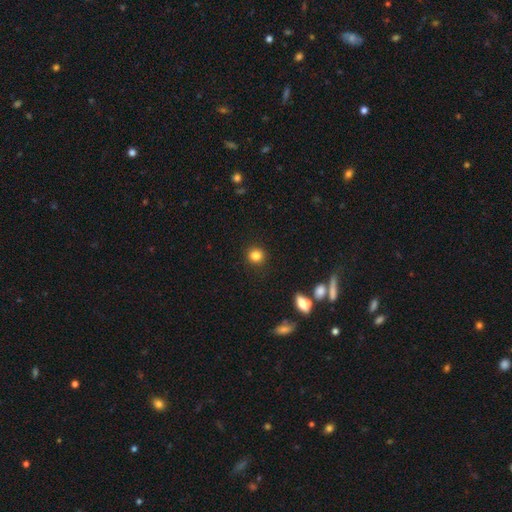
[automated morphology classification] A smooth galaxy with no disk features (84%) that is round (88%).

Vote fractions:
- Smooth or featured? smooth: 84% / star or artifact: 11% / featured or disk: 5%
- How rounded? round: 88% / in between: 11% / cigar-shaped: 1%
- Merging? none: 90% / minor disturbance: 6% / major disturbance: 2% / merger: 2%